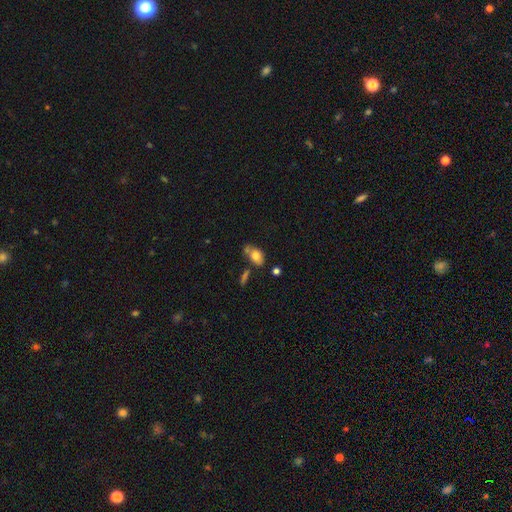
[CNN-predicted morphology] A smooth galaxy with no disk features (77%) that is in between round and cigar-shaped (82%). Merging: none (50%).